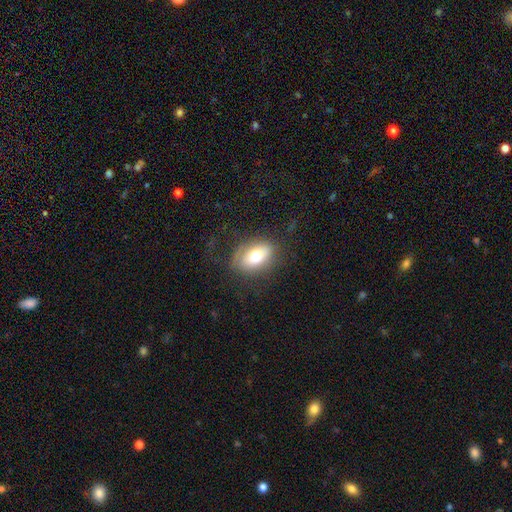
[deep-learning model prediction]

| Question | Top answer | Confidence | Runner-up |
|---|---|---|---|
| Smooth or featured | smooth | 67% | featured or disk (24%) |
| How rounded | in between | 83% | round (15%) |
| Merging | none | 71% | minor disturbance (18%) |